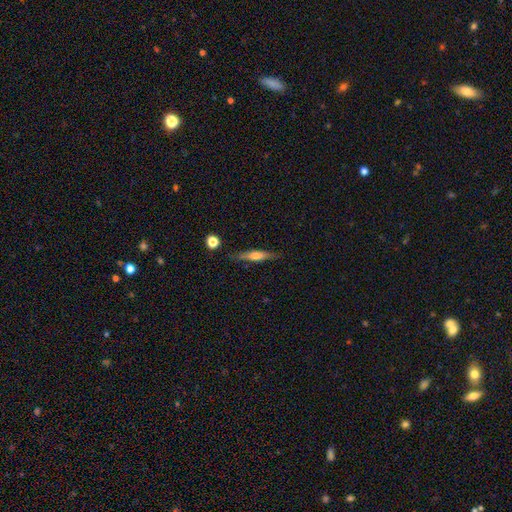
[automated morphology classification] Smooth or featured: featured or disk — 49% (smooth — 44%)
Merging: none — 81% (minor disturbance — 13%)